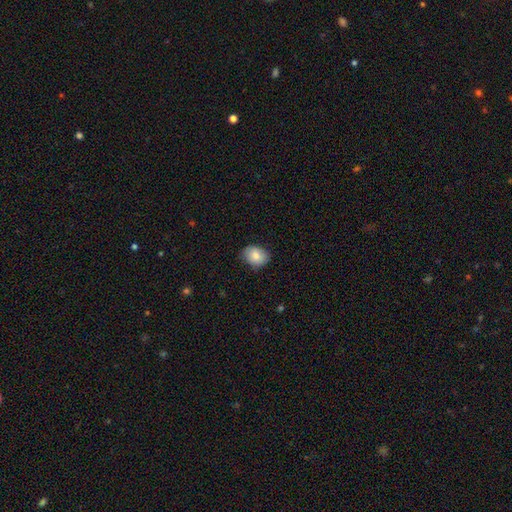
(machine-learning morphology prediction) Smooth or featured? smooth (82%)
How rounded? in between (57%)
Merging? none (80%)